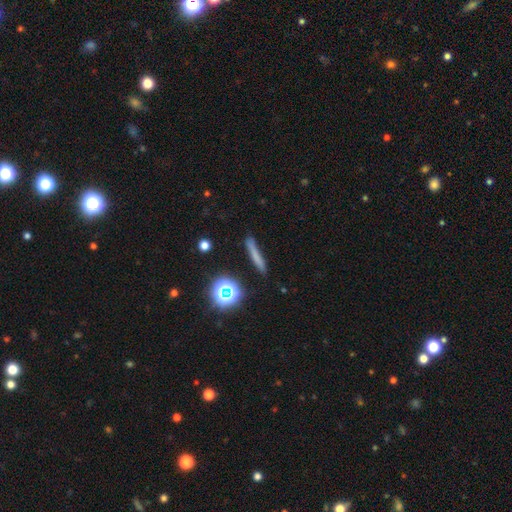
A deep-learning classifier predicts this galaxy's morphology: The model was most divided on "smooth or featured": smooth: 65%, featured or disk: 19%, star or artifact: 16%. More confident: how rounded — cigar-shaped (90%); merging — none (84%).